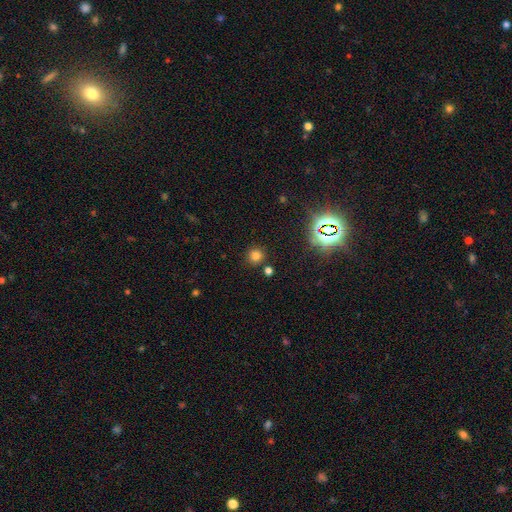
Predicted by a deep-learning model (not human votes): Overall: smooth (74%). How rounded: round (92%). Merging: none (84%).